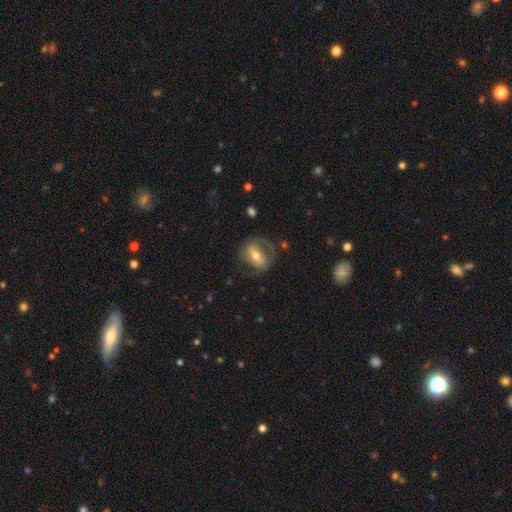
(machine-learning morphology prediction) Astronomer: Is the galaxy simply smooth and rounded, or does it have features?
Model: featured or disk — 56% (runner-up: smooth, 37%).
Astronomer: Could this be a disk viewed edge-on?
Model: no — 90%.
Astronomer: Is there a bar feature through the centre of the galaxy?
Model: strong — 46% (runner-up: weak, 29%).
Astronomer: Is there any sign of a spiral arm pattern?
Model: yes — 61% (runner-up: no, 39%).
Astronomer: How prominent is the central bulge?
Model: moderate — 65%.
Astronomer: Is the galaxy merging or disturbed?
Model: none — 61%.